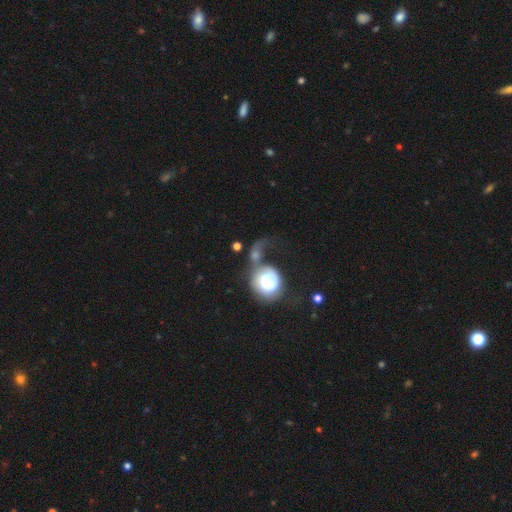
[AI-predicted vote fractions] Smooth or featured? Predicted: smooth (p=0.55). How rounded? Predicted: round (p=0.80). Merging? Predicted: major disturbance (p=0.38).